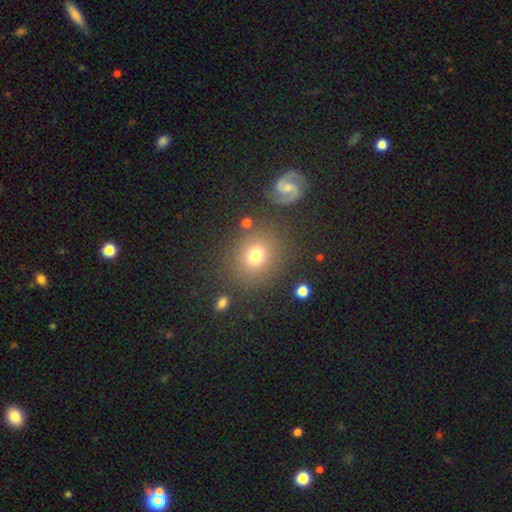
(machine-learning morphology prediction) smooth_or_featured: smooth (p=0.72) [alt: star or artifact p=0.15]
how_rounded: round (p=0.79) [alt: in between p=0.20]
merging: none (p=0.80) [alt: minor disturbance p=0.10]